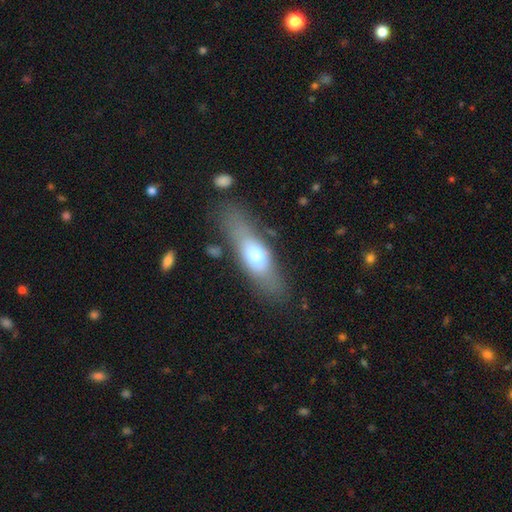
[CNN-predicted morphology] smooth_or_featured: smooth (p=0.60) [alt: featured or disk p=0.33]
how_rounded: in between (p=0.53) [alt: cigar-shaped p=0.44]
merging: none (p=0.74) [alt: minor disturbance p=0.16]